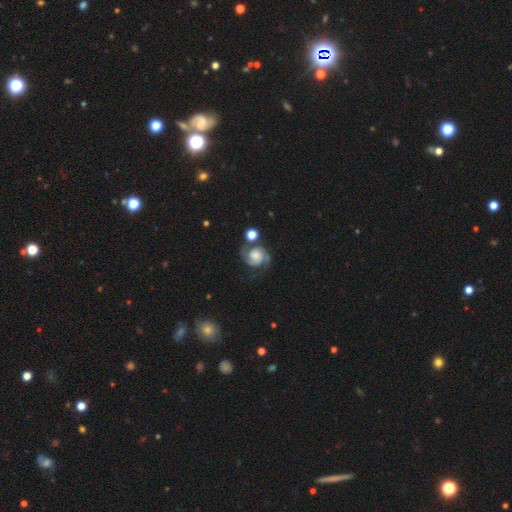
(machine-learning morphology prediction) Smooth or featured?
  - featured or disk: 80% *
  - smooth: 13%
  - star or artifact: 7%
Edge-on disk?
  - no: 98% *
  - yes: 2%
Bar?
  - no: 70% *
  - weak: 24%
  - strong: 5%
Spiral arms?
  - yes: 97% *
  - no: 3%
Spiral winding?
  - medium: 46% *
  - tight: 38%
  - loose: 16%
Spiral arm count?
  - 2: 90% *
  - can't tell: 4%
  - 3: 2%
  - 1: 2%
  - 4: 1%
  - more than 4: 1%
Bulge size?
  - small: 26% *
  - moderate: 24%
  - none: 24%
  - large: 20%
  - dominant: 6%
Merging?
  - none: 65% *
  - minor disturbance: 17%
  - merger: 9%
  - major disturbance: 9%